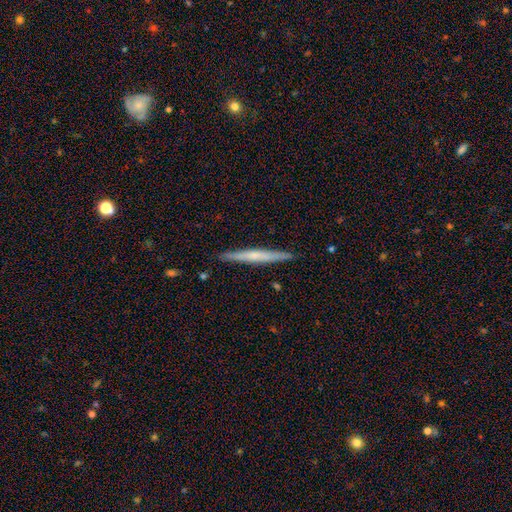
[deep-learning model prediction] Smooth or featured? Predicted: featured or disk (p=0.49). Merging? Predicted: none (p=0.90).